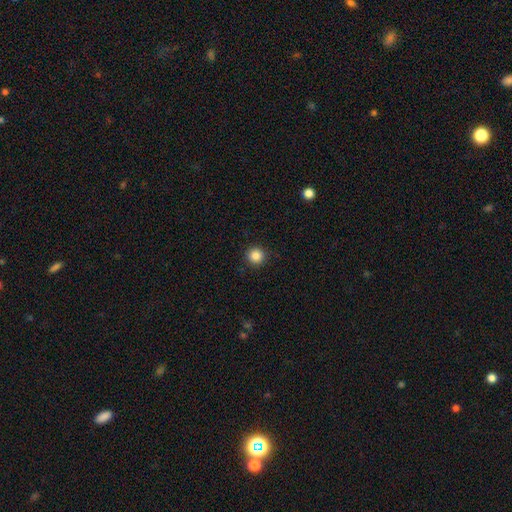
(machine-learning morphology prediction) Smooth or featured? smooth (86%)
How rounded? round (95%)
Merging? none (92%)